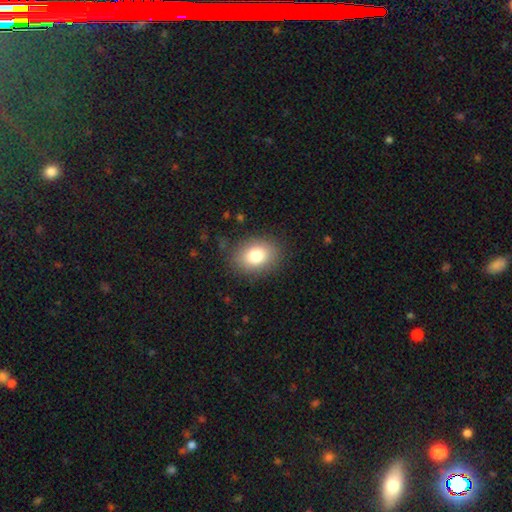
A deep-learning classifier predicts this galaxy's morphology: This is clearly a smooth galaxy (80%). How rounded: likely in between (63%). Merging: clearly none (84%).